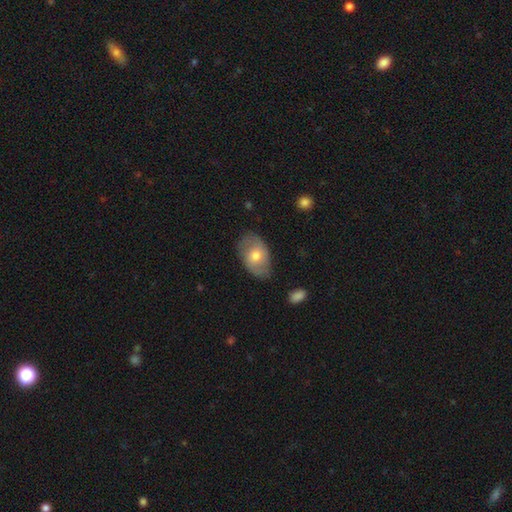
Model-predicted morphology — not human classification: This is possibly a smooth galaxy (55%). How rounded: clearly in between (86%). Merging: likely none (74%).